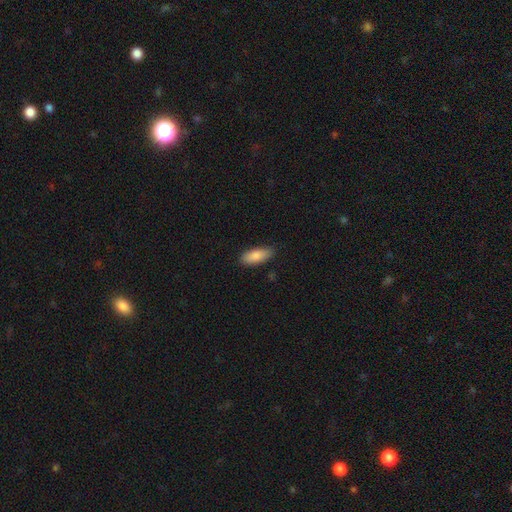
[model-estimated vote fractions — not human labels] Overall: smooth (86%). How rounded: in between (78%). Merging: none (84%).